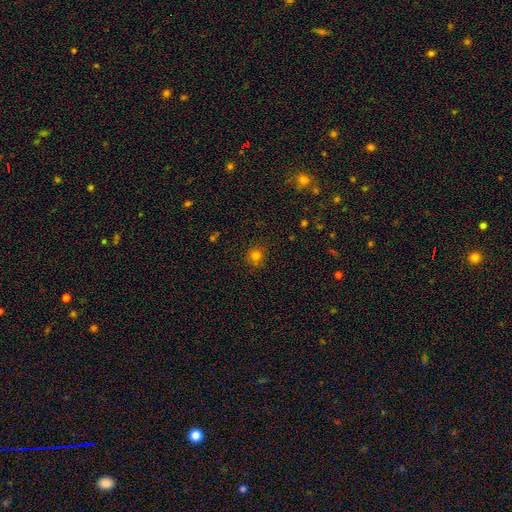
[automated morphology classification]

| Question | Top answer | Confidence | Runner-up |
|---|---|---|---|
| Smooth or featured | smooth | 77% | star or artifact (17%) |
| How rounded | round | 89% | in between (10%) |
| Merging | none | 84% | minor disturbance (11%) |